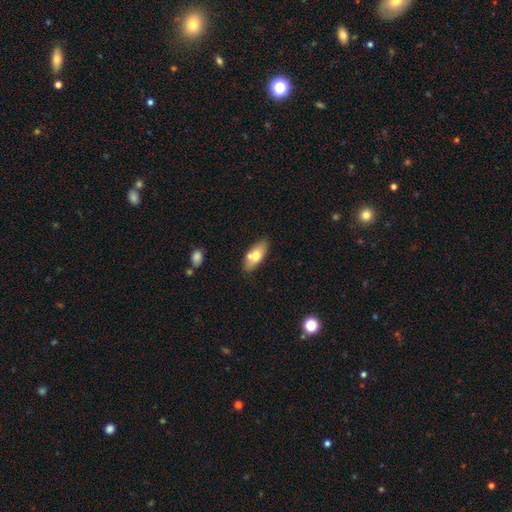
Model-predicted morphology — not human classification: Overall: smooth (67%). How rounded: in between (85%). Merging: none (70%).